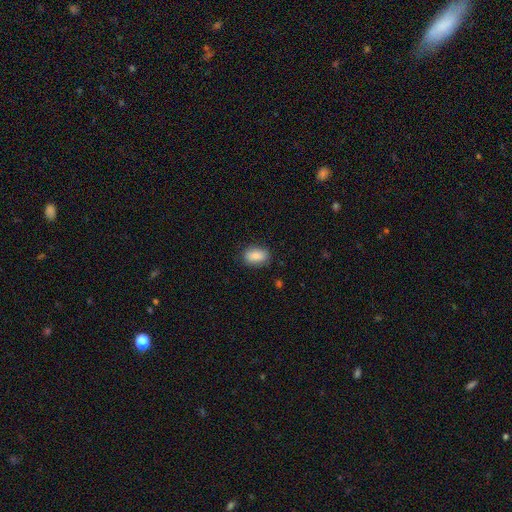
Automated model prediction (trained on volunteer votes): Morphology: type=smooth (86%); roundness=in between (87%); merging=none (83%).